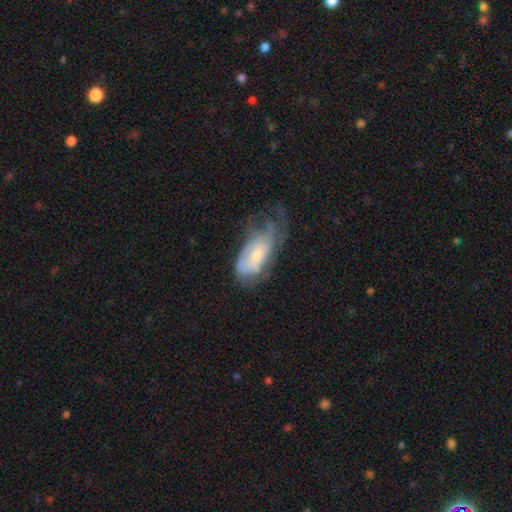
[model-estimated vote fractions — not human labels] Smooth or featured? featured or disk (56%)
Edge-on disk? no (91%)
Bar? no (69%)
Spiral arms? yes (62%)
Bulge size? small (50%)
Merging? major disturbance (41%)